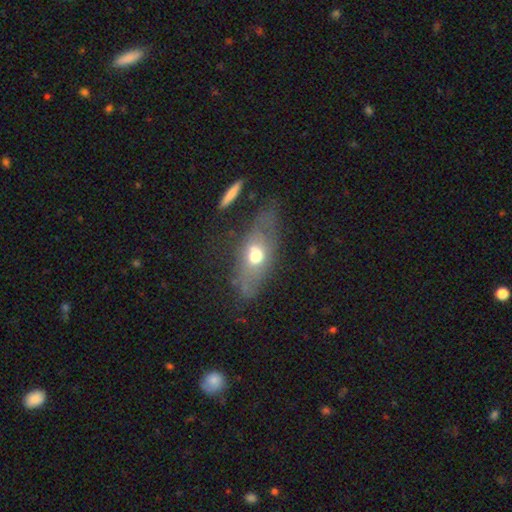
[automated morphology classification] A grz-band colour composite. It shows a smooth galaxy with no disk features (48%). Merging: none (51%).